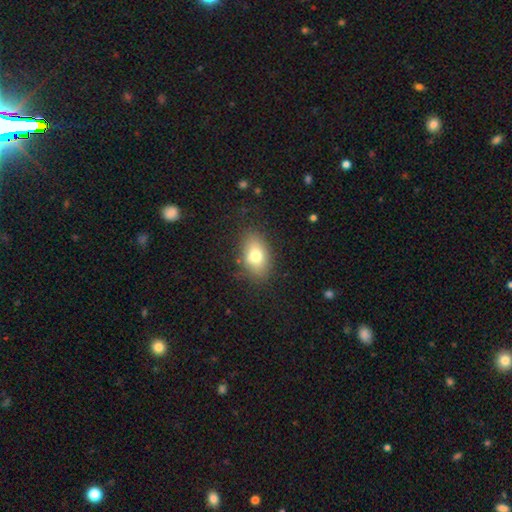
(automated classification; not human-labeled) Morphology: type=smooth (76%); roundness=in between (85%); merging=none (79%).